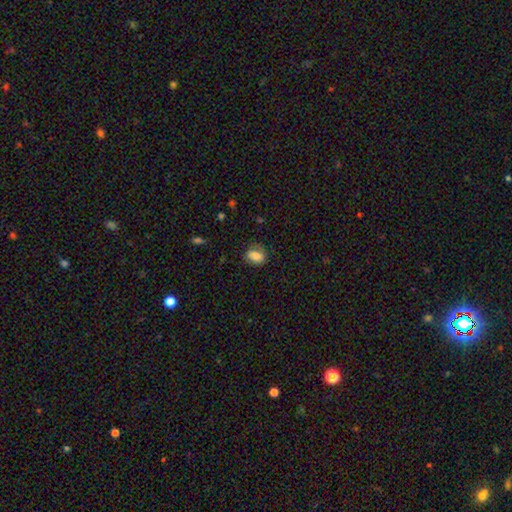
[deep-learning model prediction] smooth-or-featured: smooth: 75% | featured or disk: 16% | star or artifact: 9%
  how-rounded: in between: 68% | round: 31% | cigar-shaped: 2%
  merging: none: 68% | minor disturbance: 23% | major disturbance: 8% | merger: 2%